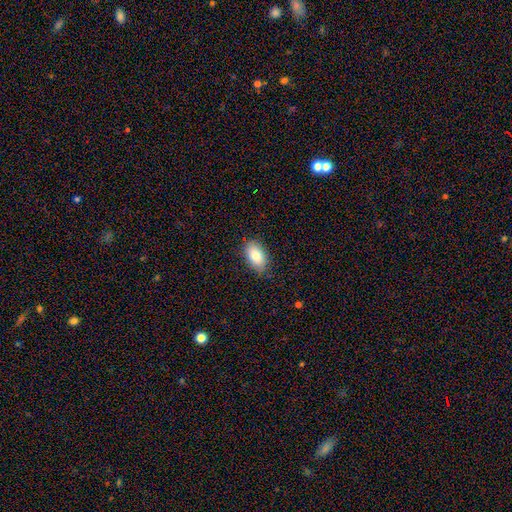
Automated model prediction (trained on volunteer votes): Smooth or featured: smooth — 83% (featured or disk — 10%)
How rounded: in between — 93% (round — 5%)
Merging: none — 84% (minor disturbance — 12%)